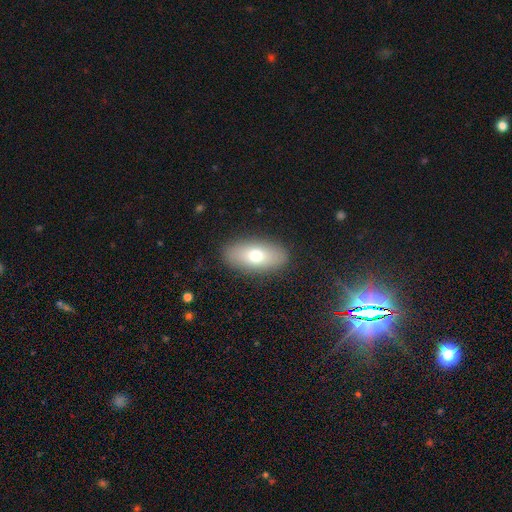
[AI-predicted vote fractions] Q: Smooth or featured?
A: smooth (71%); runner-up: featured or disk (21%)
Q: How rounded?
A: in between (88%); runner-up: cigar-shaped (6%)
Q: Merging?
A: none (87%); runner-up: minor disturbance (9%)